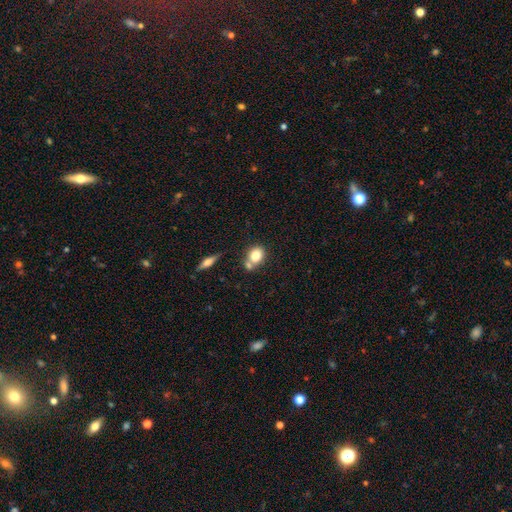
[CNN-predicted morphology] This appears to be a smooth galaxy with no disk features (78%) that is round (58%). Merging: none (53%).